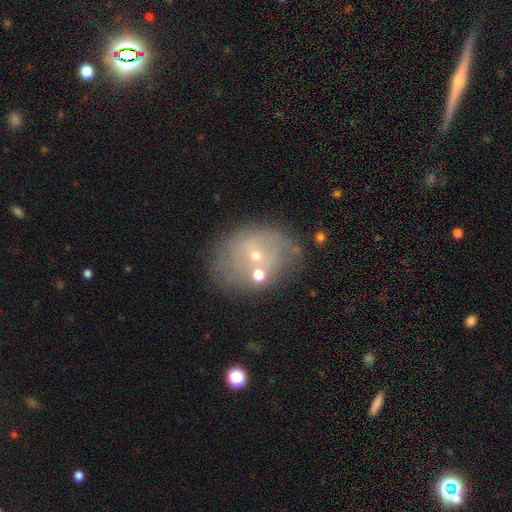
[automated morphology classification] A featured or disk galaxy (50%).

Vote fractions:
- Smooth or featured? featured or disk: 50% / smooth: 36% / star or artifact: 13%
- Edge-on disk? no: 95% / yes: 5%
- Merging? none: 61% / minor disturbance: 18% / merger: 12% / major disturbance: 8%